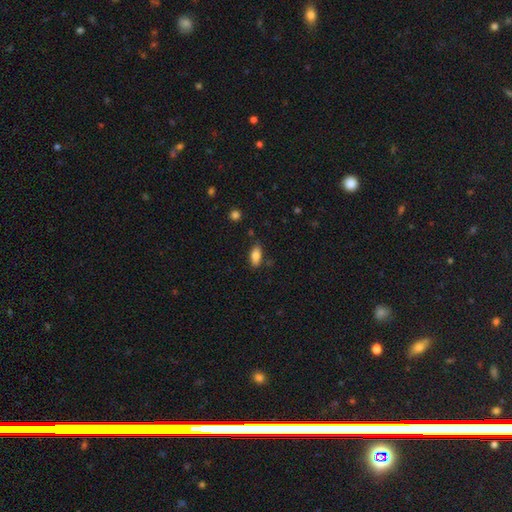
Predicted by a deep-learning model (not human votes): A smooth galaxy with no disk features (82%) that is in between round and cigar-shaped (86%).

Vote fractions:
- Smooth or featured? smooth: 82% / featured or disk: 11% / star or artifact: 8%
- How rounded? in between: 86% / cigar-shaped: 11% / round: 3%
- Merging? none: 82% / minor disturbance: 13% / major disturbance: 3% / merger: 2%